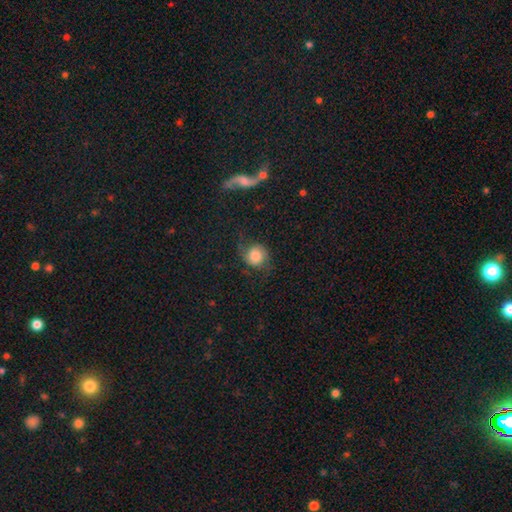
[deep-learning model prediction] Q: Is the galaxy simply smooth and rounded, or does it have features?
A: smooth — 58%.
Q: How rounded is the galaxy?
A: round — 83%.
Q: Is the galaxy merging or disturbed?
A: none — 64%.